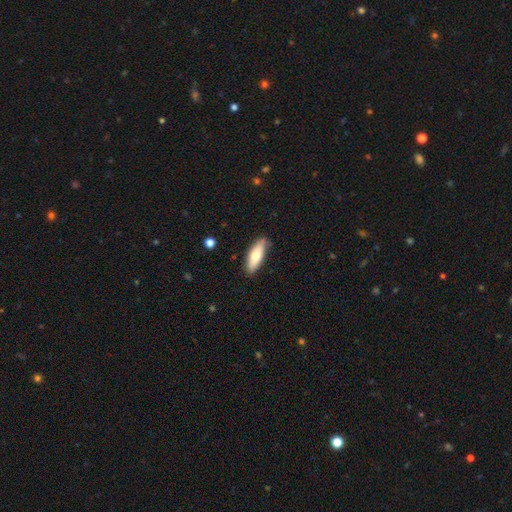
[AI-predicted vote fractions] Smooth or featured: smooth — 69% (featured or disk — 25%)
How rounded: in between — 62% (cigar-shaped — 36%)
Merging: none — 81% (minor disturbance — 15%)